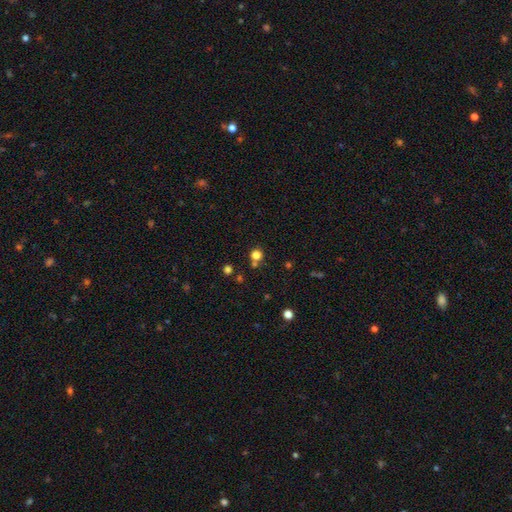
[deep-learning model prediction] Smooth or featured?
  - smooth: 78% *
  - star or artifact: 17%
  - featured or disk: 5%
How rounded?
  - round: 91% *
  - in between: 8%
  - cigar-shaped: 1%
Merging?
  - none: 71% *
  - merger: 17%
  - minor disturbance: 8%
  - major disturbance: 4%